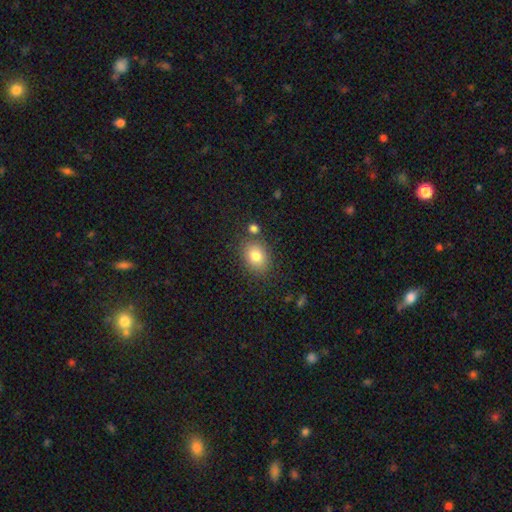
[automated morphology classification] smooth-or-featured: smooth: 80% | star or artifact: 10% | featured or disk: 10%
  how-rounded: in between: 62% | round: 37% | cigar-shaped: 1%
  merging: none: 76% | minor disturbance: 12% | merger: 8% | major disturbance: 4%